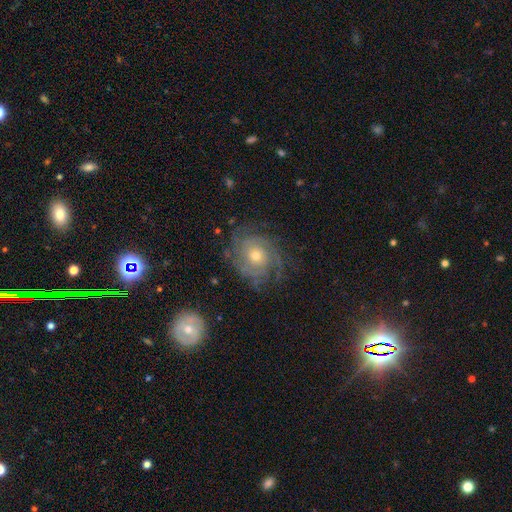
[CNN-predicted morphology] smooth_or_featured: featured or disk (p=0.81) [alt: smooth p=0.11]
disk_edge_on: no (p=0.97) [alt: yes p=0.03]
bar: no (p=0.80) [alt: weak p=0.17]
has_spiral_arms: yes (p=0.93) [alt: no p=0.07]
spiral_winding: tight (p=0.65) [alt: medium p=0.28]
spiral_arm_count: can't tell (p=0.36) [alt: 3 p=0.21]
bulge_size: moderate (p=0.59) [alt: small p=0.35]
merging: none (p=0.73) [alt: minor disturbance p=0.16]